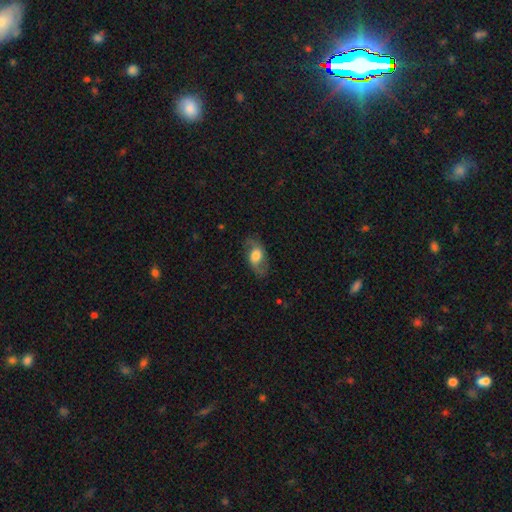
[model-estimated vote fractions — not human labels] Smooth or featured: featured or disk — 51% (smooth — 41%)
Edge-on disk: no — 90% (yes — 10%)
Merging: none — 74% (minor disturbance — 17%)